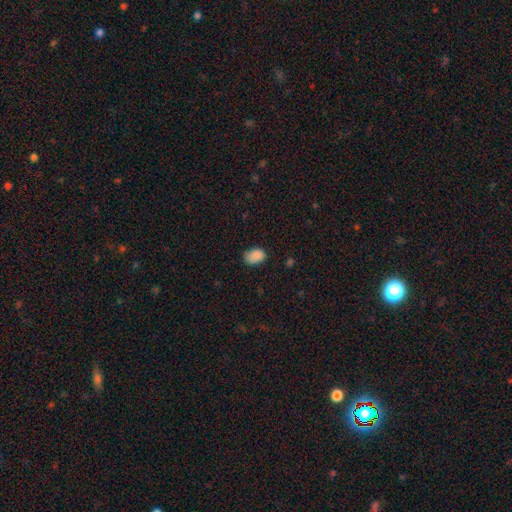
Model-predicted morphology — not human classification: Overall: smooth (87%). How rounded: in between (82%). Merging: none (69%).